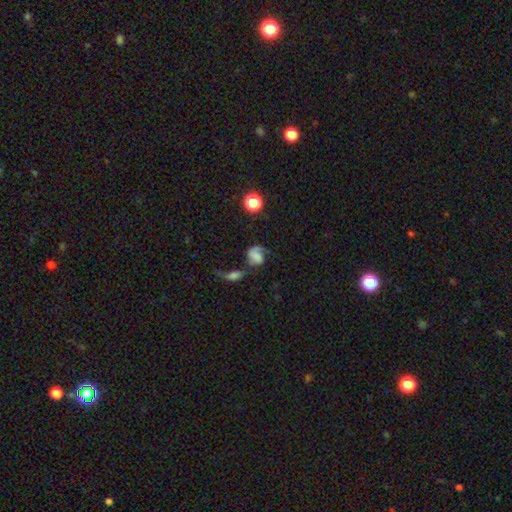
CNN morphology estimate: A featured or disk galaxy (47%). Merging: none (34%).